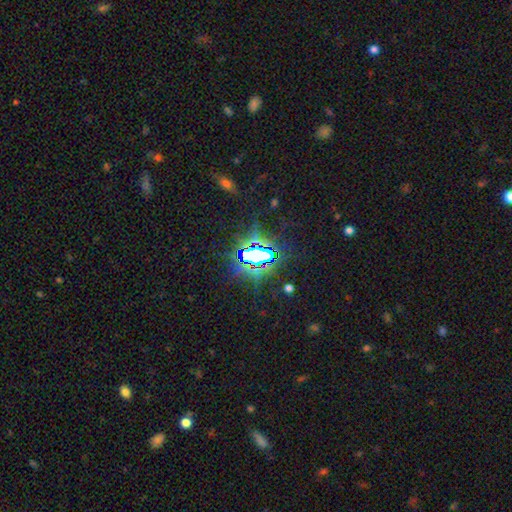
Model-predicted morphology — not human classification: Smooth or featured?
  - star or artifact: 78% *
  - smooth: 12%
  - featured or disk: 10%